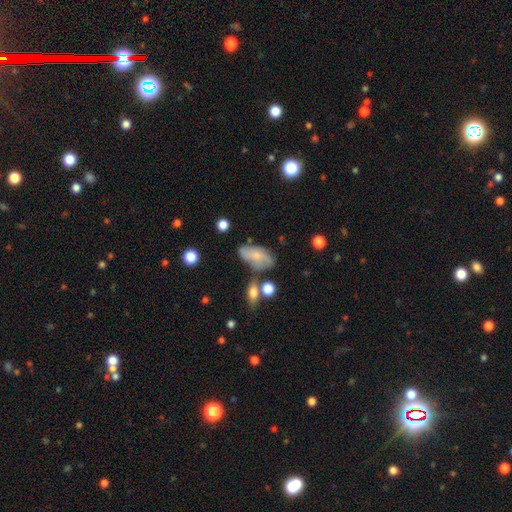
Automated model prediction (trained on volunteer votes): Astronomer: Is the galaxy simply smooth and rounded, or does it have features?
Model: smooth — 58% (runner-up: featured or disk, 33%).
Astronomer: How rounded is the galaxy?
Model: in between — 90%.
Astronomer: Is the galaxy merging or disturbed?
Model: none — 55%.